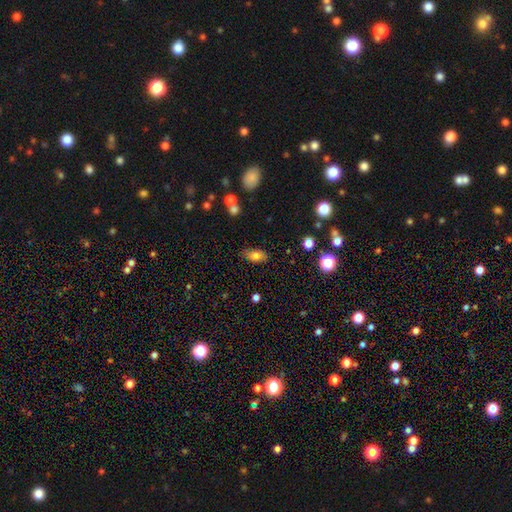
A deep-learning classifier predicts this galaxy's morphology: Q: Smooth or featured?
A: smooth (77%); runner-up: featured or disk (13%)
Q: How rounded?
A: in between (88%); runner-up: round (7%)
Q: Merging?
A: none (79%); runner-up: minor disturbance (15%)